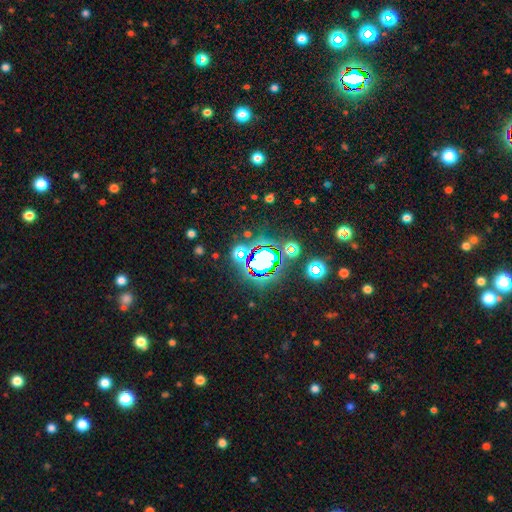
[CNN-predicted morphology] star or artifact 73%, smooth 16%, featured or disk 11%.